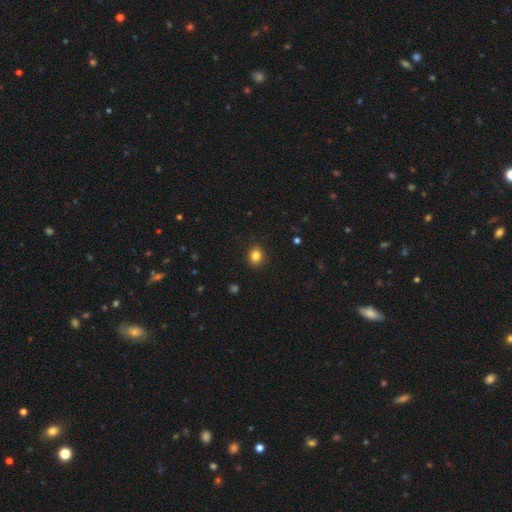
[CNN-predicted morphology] smooth-or-featured: smooth: 84% | star or artifact: 11% | featured or disk: 5%
  how-rounded: round: 70% | in between: 29% | cigar-shaped: 1%
  merging: none: 90% | minor disturbance: 7% | major disturbance: 2% | merger: 1%